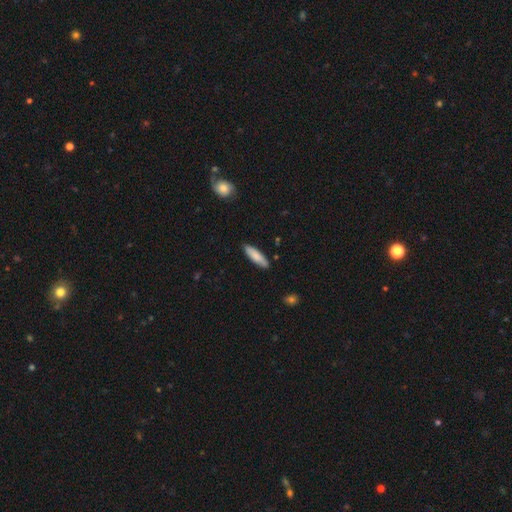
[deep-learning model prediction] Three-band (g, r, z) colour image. It shows a smooth galaxy with no disk features (82%) that is cigar-shaped (67%). Merging: none (87%).